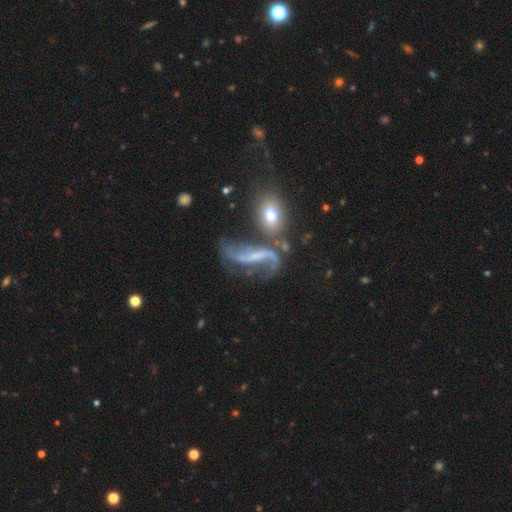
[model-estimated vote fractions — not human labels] Smooth or featured? Predicted: featured or disk (p=0.79). Edge-on disk? Predicted: no (p=0.92). Bar? Predicted: strong (p=0.37). Spiral arms? Predicted: yes (p=0.87). Spiral winding? Predicted: loose (p=0.86). Spiral arm count? Predicted: 2 (p=0.87). Bulge size? Predicted: small (p=0.45). Merging? Predicted: none (p=0.40).